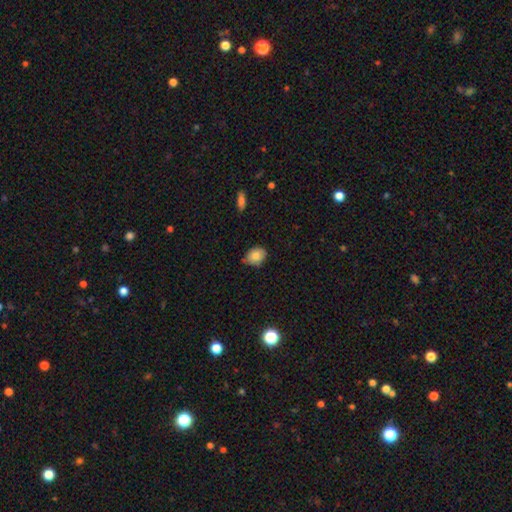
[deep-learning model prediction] Smooth or featured? smooth (81%)
How rounded? in between (51%)
Merging? none (69%)